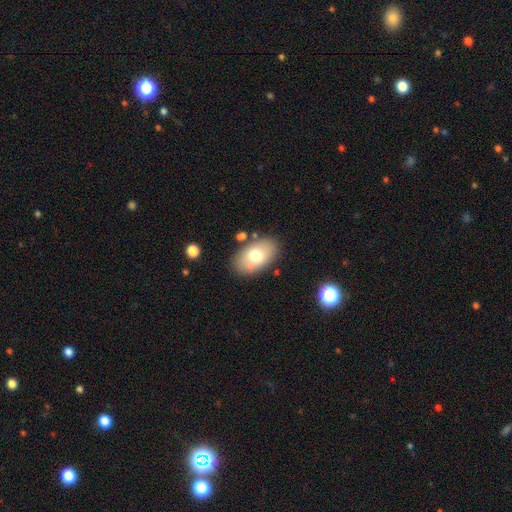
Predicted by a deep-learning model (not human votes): Q: Smooth or featured?
A: smooth (70%); runner-up: featured or disk (23%)
Q: How rounded?
A: in between (91%); runner-up: round (7%)
Q: Merging?
A: none (78%); runner-up: minor disturbance (13%)